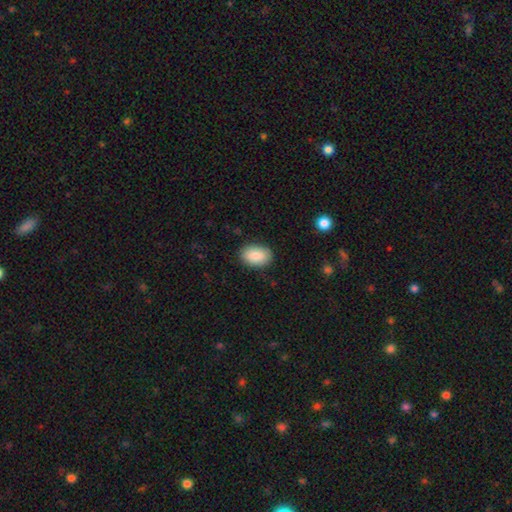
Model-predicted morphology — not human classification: smooth 87%, star or artifact 7%, featured or disk 6%. Down the decision tree: how rounded — in between (87%); merging — none (88%).